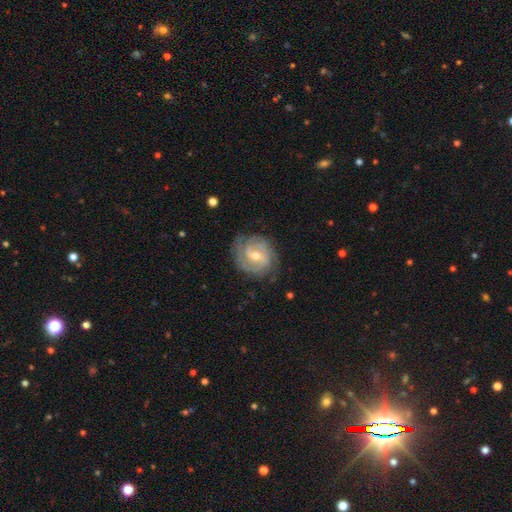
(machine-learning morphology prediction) A featured or disk galaxy (85%) with a weak bar (51%), 2 (40%) tight (66%) spiral arms (95%) and a moderate central bulge (56%).

Vote fractions:
- Smooth or featured? featured or disk: 85% / smooth: 10% / star or artifact: 6%
- Edge-on disk? no: 97% / yes: 3%
- Bar? weak: 51% / no: 34% / strong: 15%
- Spiral arms? yes: 95% / no: 5%
- Spiral winding? tight: 66% / medium: 28% / loose: 6%
- Spiral arm count? 2: 40% / can't tell: 24% / 3: 21% / 4: 7% / 1: 5% / more than 4: 4%
- Bulge size? moderate: 56% / small: 41% / large: 2% / none: 1% / dominant: 1%
- Merging? none: 78% / minor disturbance: 16% / major disturbance: 6% / merger: 1%